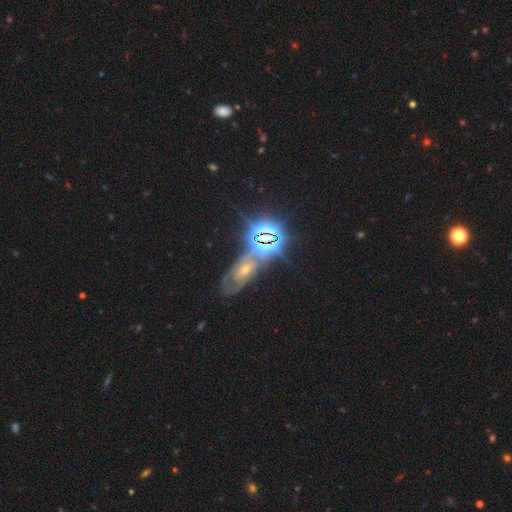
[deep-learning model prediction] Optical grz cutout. It shows a star or artifact, not a galaxy (41%).